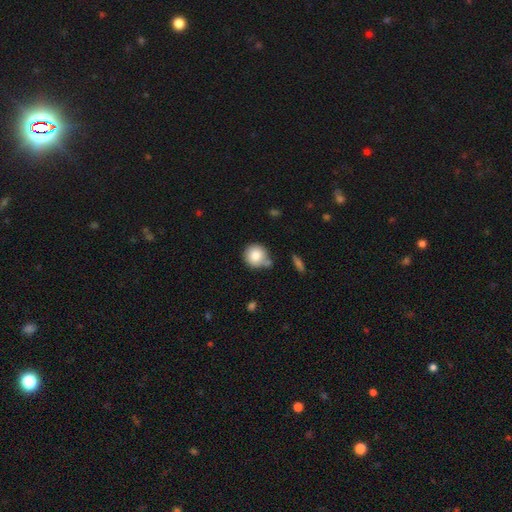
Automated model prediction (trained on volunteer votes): Smooth or featured?
  - smooth: 83% *
  - star or artifact: 8%
  - featured or disk: 8%
How rounded?
  - round: 92% *
  - in between: 7%
  - cigar-shaped: 1%
Merging?
  - none: 65% *
  - minor disturbance: 17%
  - merger: 14%
  - major disturbance: 4%